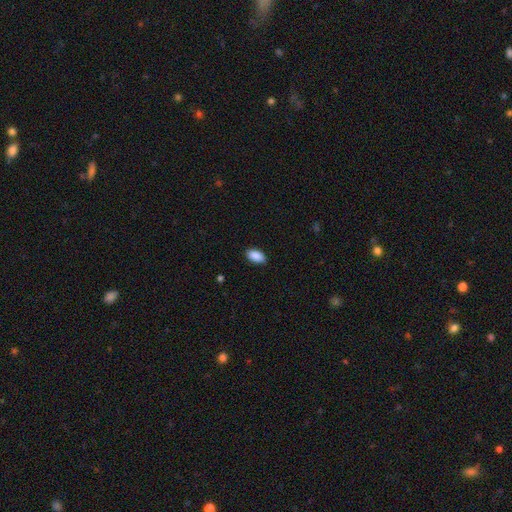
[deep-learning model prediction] smooth-or-featured: smooth: 90% | star or artifact: 7% | featured or disk: 3%
  how-rounded: in between: 94% | round: 3% | cigar-shaped: 2%
  merging: none: 87% | minor disturbance: 10% | major disturbance: 2% | merger: 1%